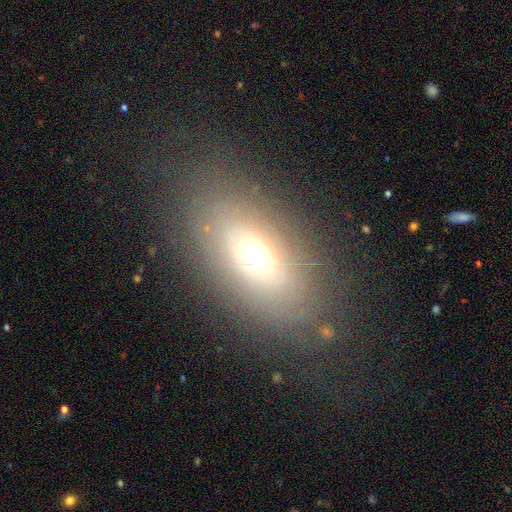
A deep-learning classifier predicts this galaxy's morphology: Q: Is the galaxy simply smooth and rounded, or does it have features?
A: featured or disk — 48%.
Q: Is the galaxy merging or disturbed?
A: none — 75%.